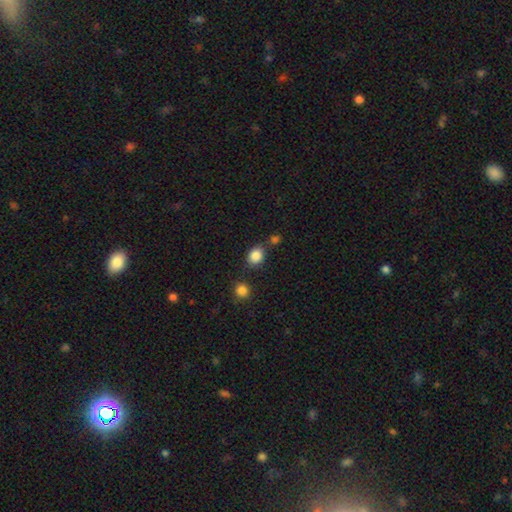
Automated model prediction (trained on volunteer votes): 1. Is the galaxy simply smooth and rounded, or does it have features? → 86% smooth, 10% star or artifact, 4% featured or disk.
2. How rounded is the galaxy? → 57% round, 42% in between, 1% cigar-shaped.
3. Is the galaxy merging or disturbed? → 69% none, 15% minor disturbance, 12% merger, 4% major disturbance.